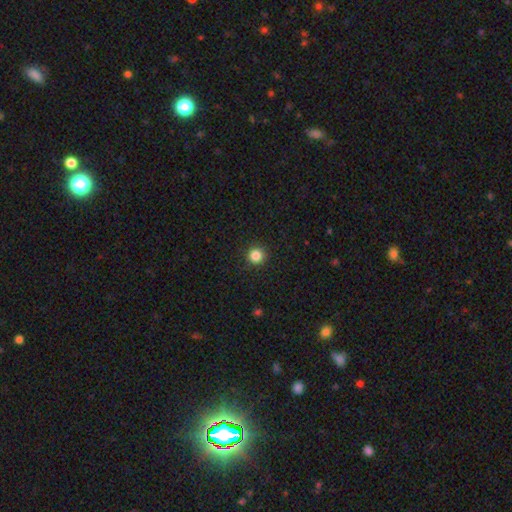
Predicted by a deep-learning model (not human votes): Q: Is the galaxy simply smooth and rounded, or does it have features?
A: smooth — 85%.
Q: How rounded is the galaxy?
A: round — 95%.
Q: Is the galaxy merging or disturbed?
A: none — 93%.